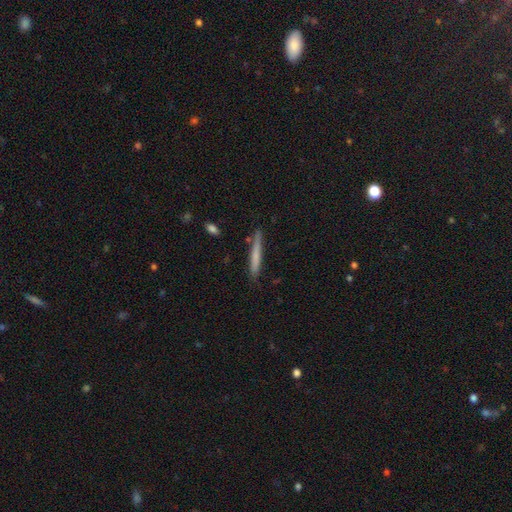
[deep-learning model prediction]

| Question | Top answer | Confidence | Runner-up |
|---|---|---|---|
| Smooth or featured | smooth | 65% | featured or disk (29%) |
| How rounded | cigar-shaped | 96% | in between (3%) |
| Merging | none | 84% | minor disturbance (11%) |